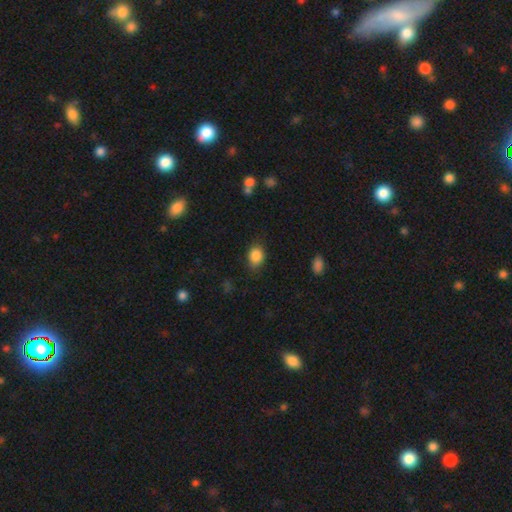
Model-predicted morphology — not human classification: A smooth galaxy with no disk features (86%) that is in between round and cigar-shaped (59%).

Vote fractions:
- Smooth or featured? smooth: 86% / star or artifact: 9% / featured or disk: 5%
- How rounded? in between: 59% / round: 40% / cigar-shaped: 1%
- Merging? none: 75% / minor disturbance: 20% / major disturbance: 4% / merger: 1%